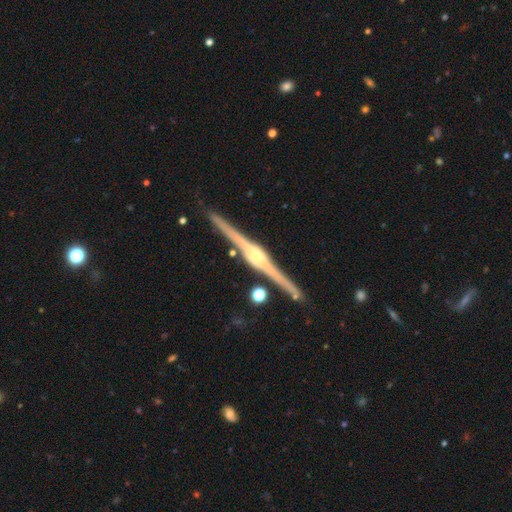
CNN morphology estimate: Q: Smooth or featured?
A: featured or disk (90%); runner-up: smooth (5%)
Q: Edge-on disk?
A: yes (99%); runner-up: no (1%)
Q: Edge-on bulge?
A: rounded (66%); runner-up: boxy (27%)
Q: Merging?
A: none (90%); runner-up: minor disturbance (6%)